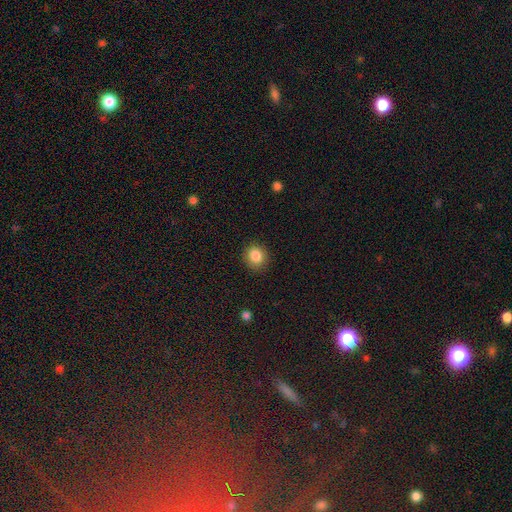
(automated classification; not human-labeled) A smooth galaxy with no disk features (87%) that is round (77%). Merging: none (88%).